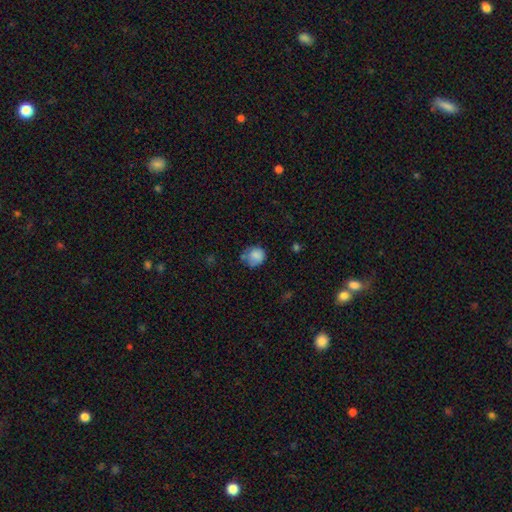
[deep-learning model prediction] This appears to be a smooth galaxy with no disk features (81%) that is round (81%). Merging: none (55%).